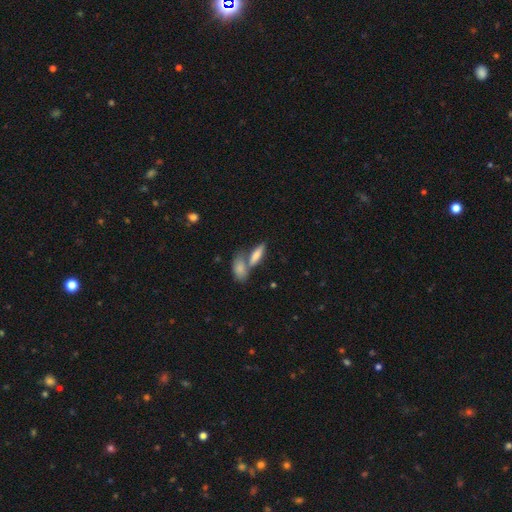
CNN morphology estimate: Smooth or featured: smooth — 71% (featured or disk — 21%)
How rounded: in between — 59% (cigar-shaped — 38%)
Merging: none — 45% (merger — 42%)